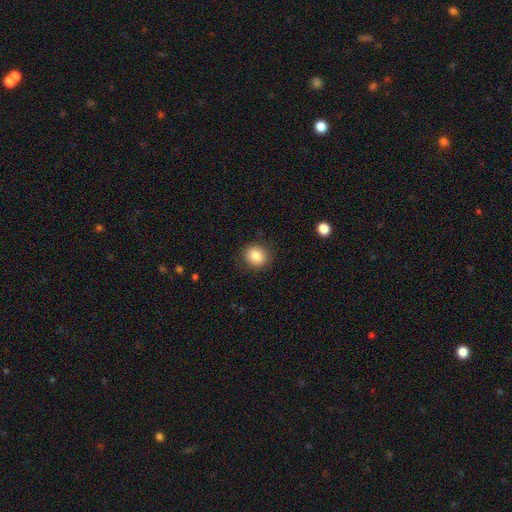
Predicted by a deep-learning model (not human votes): A smooth galaxy with no disk features (85%) that is round (76%). Merging: none (89%).